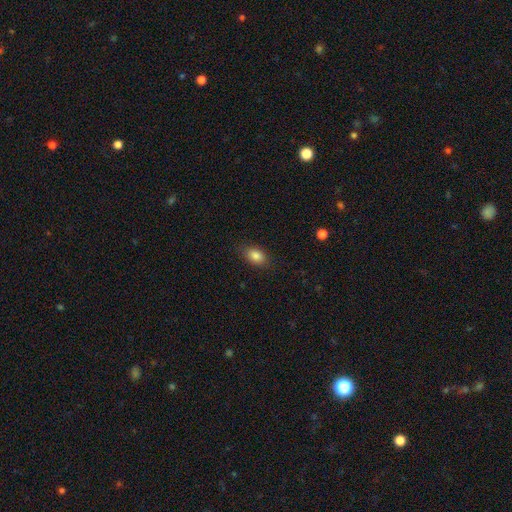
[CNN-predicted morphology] smooth_or_featured: smooth (p=0.85) [alt: star or artifact p=0.09]
how_rounded: in between (p=0.85) [alt: round p=0.13]
merging: none (p=0.86) [alt: minor disturbance p=0.10]